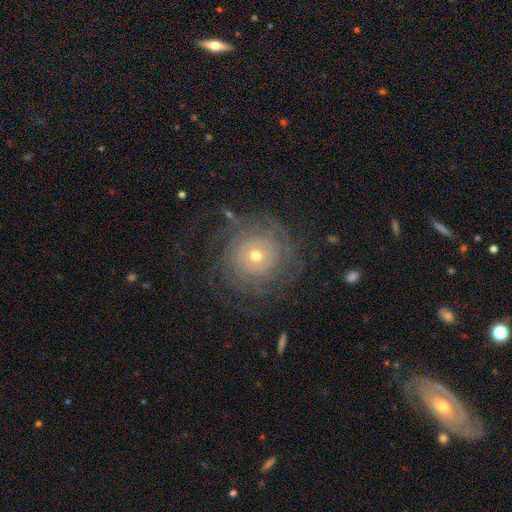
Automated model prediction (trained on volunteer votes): The model was most divided on "bulge size": small: 53%, moderate: 42%, large: 3%, dominant: 1%, none: 1%. Remaining: edge-on disk — no (97%); spiral arms — yes (90%); bar — no (82%); spiral winding — tight (80%); smooth or featured — featured or disk (76%); merging — none (75%); spiral arm count — can't tell (44%).